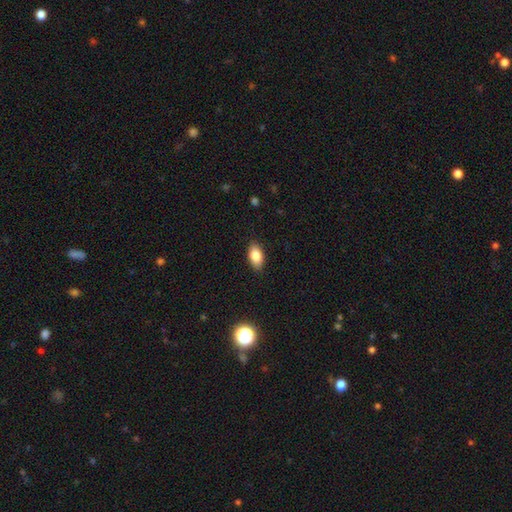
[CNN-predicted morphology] The model was most divided on "smooth or featured": smooth: 83%, featured or disk: 9%, star or artifact: 8%. More confident: how rounded — in between (91%); merging — none (88%).